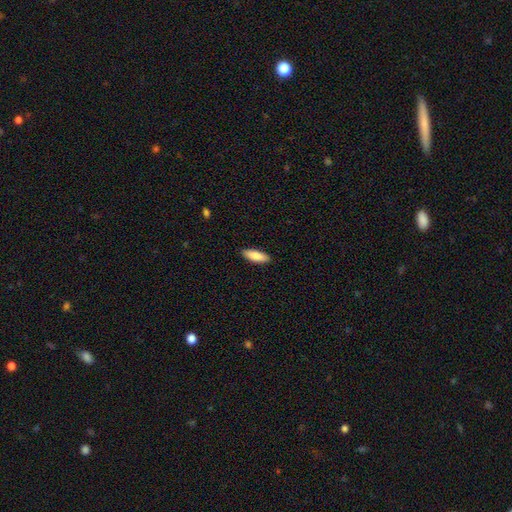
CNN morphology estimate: Smooth or featured? smooth (86%)
How rounded? in between (63%)
Merging? none (90%)